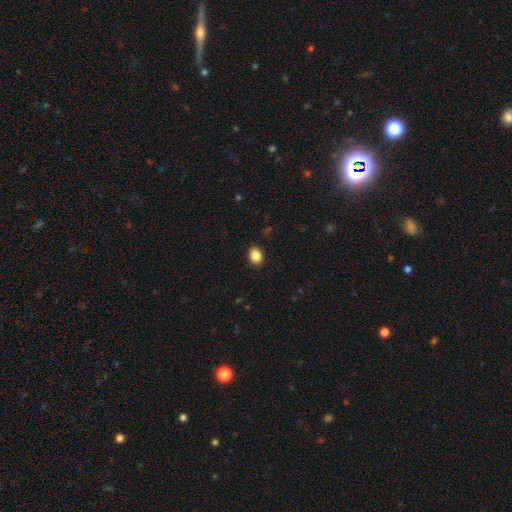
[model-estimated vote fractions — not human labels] A smooth galaxy with no disk features (87%) that is in between round and cigar-shaped (63%). Merging: none (90%).